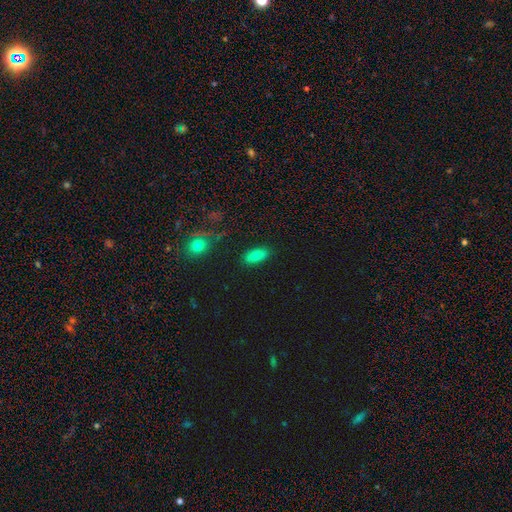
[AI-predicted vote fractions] smooth_or_featured: smooth (p=0.83) [alt: star or artifact p=0.10]
how_rounded: in between (p=0.87) [alt: cigar-shaped p=0.10]
merging: none (p=0.86) [alt: minor disturbance p=0.10]